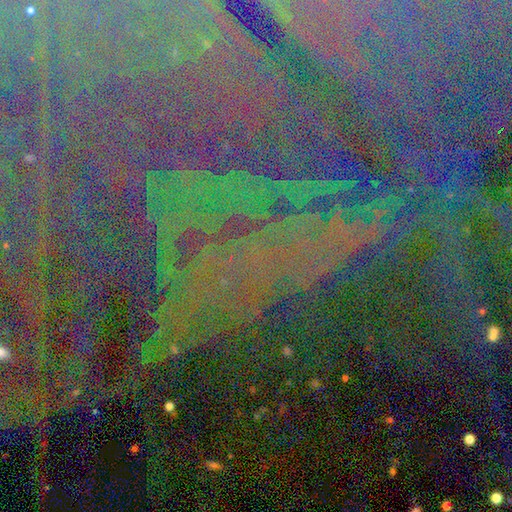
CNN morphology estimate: Overall: star or artifact (87%).